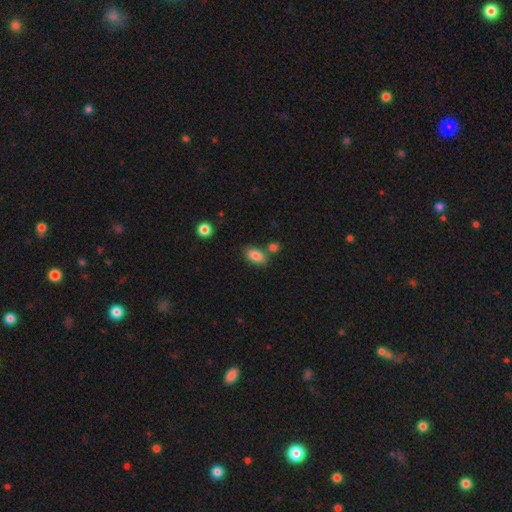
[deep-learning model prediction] A smooth galaxy with no disk features (83%) that is in between round and cigar-shaped (91%). Merging: none (71%).